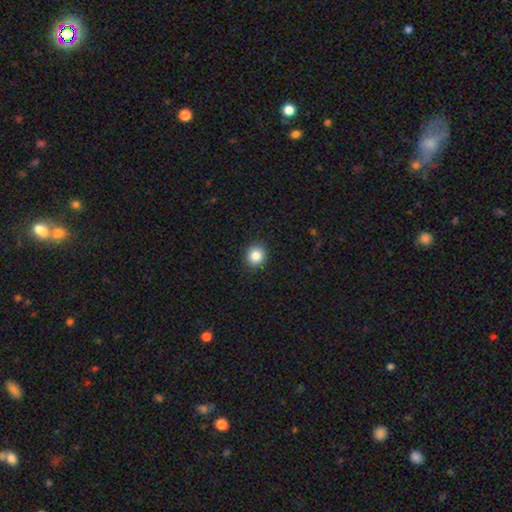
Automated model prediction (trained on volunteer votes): Overall: smooth (85%). How rounded: round (85%). Merging: none (92%).